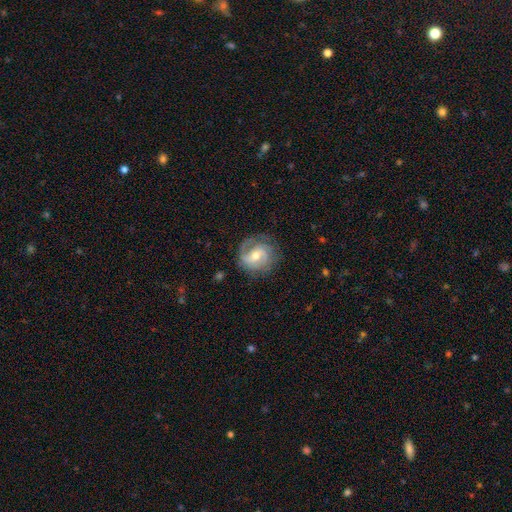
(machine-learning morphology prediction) A featured or disk galaxy (83%) with a weak bar (49%), 2 (59%) medium (43%, tied with tight) spiral arms (95%) and a moderate central bulge (63%).

Vote fractions:
- Smooth or featured? featured or disk: 83% / smooth: 11% / star or artifact: 5%
- Edge-on disk? no: 98% / yes: 2%
- Bar? weak: 49% / no: 36% / strong: 16%
- Spiral arms? yes: 95% / no: 5%
- Spiral winding? medium: 43% (tied) / tight: 43% (tied) / loose: 15%
- Spiral arm count? 2: 59% / 3: 13% / can't tell: 13% / 1: 9% / 4: 3% / more than 4: 3%
- Bulge size? moderate: 63% / small: 32% / large: 3% / none: 1% / dominant: 1%
- Merging? none: 74% / minor disturbance: 17% / major disturbance: 8% / merger: 1%